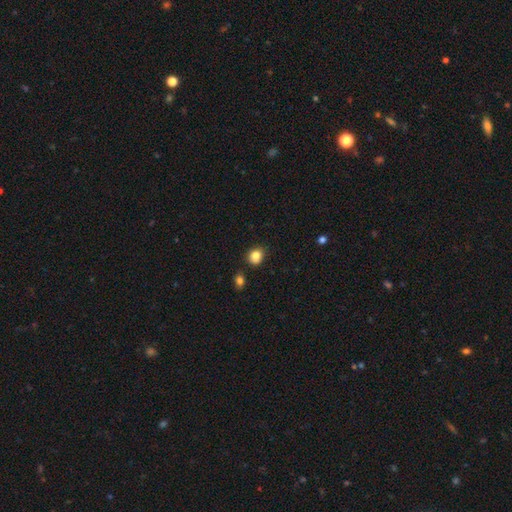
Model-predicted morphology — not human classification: A smooth galaxy with no disk features (82%) that is round (72%). Merging: none (71%).